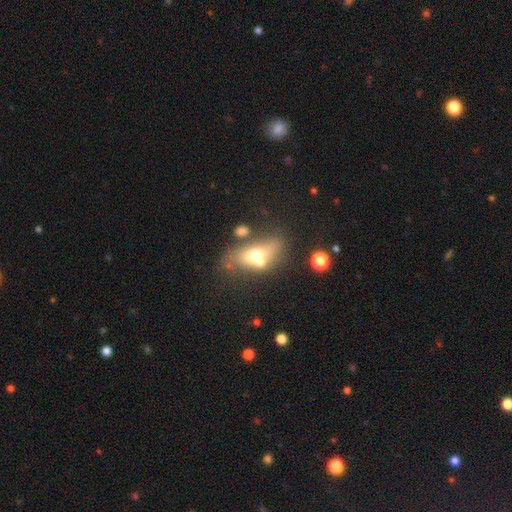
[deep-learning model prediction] Smooth or featured? Predicted: smooth (p=0.53). How rounded? Predicted: in between (p=0.75). Merging? Predicted: merger (p=0.41).